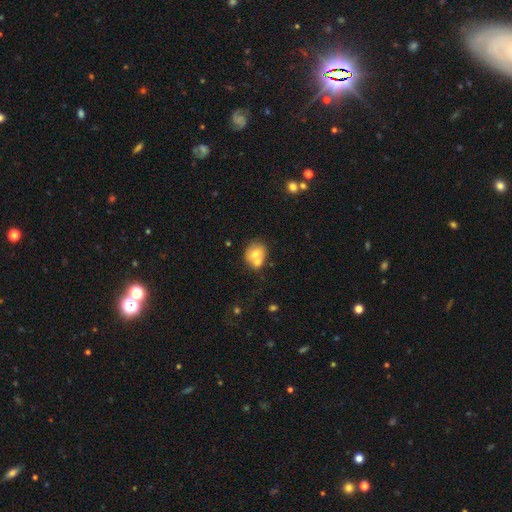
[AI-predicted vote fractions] Overall: smooth (66%). How rounded: round (68%; in between 31%). Merging: merger (45%; none 40%).